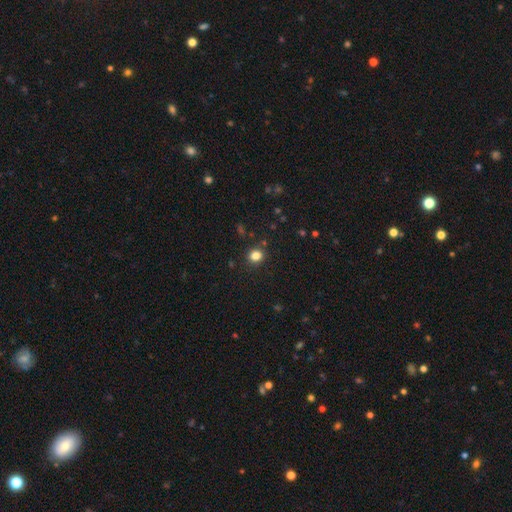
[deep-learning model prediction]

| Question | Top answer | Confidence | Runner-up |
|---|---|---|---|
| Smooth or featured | smooth | 82% | star or artifact (13%) |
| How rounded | round | 72% | in between (27%) |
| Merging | none | 87% | minor disturbance (8%) |